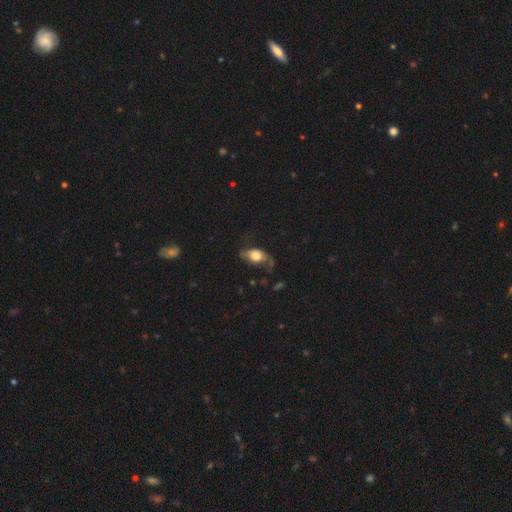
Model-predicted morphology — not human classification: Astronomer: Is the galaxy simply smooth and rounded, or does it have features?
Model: smooth — 58% (runner-up: featured or disk, 34%).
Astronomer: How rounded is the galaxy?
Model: in between — 80%.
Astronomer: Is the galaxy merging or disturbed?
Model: none — 41% (runner-up: minor disturbance, 29%).